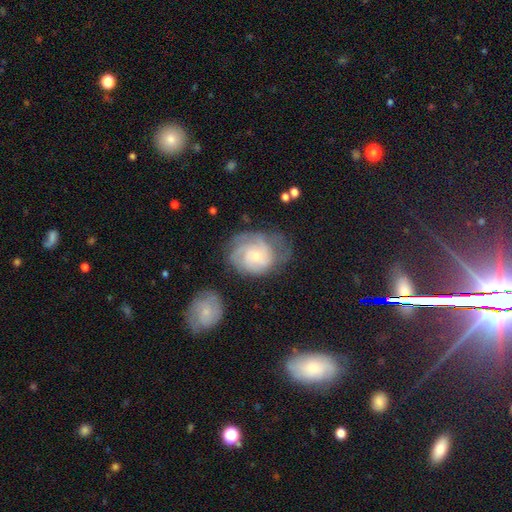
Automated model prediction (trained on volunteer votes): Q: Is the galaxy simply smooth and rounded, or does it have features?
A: featured or disk — 76%.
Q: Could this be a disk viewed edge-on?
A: no — 98%.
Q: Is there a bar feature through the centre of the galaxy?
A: no — 67%.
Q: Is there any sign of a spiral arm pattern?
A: yes — 94%.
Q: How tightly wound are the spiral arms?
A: tight — 57%.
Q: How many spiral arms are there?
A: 3 — 30%, tied with can't tell.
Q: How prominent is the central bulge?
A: small — 66%.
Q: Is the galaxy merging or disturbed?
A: none — 55%.